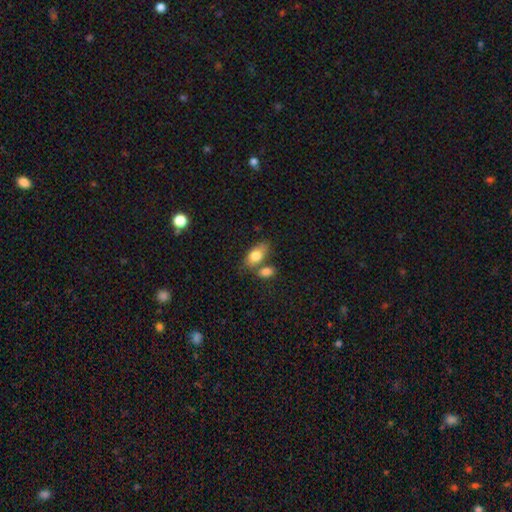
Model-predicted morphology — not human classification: smooth 80%, featured or disk 13%, star or artifact 6%. Down the decision tree: how rounded — in between (89%); merging — none (51%).